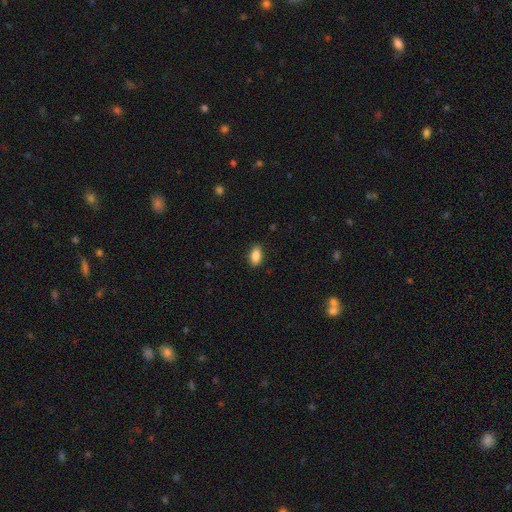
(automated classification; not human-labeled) Smooth or featured? Predicted: smooth (p=0.87). How rounded? Predicted: in between (p=0.89). Merging? Predicted: none (p=0.86).